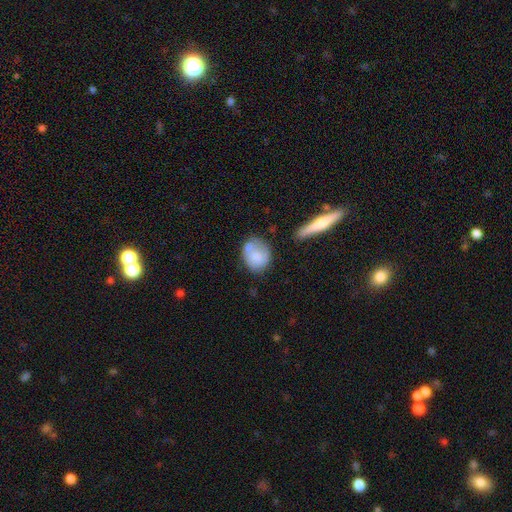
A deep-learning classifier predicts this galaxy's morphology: A smooth galaxy with no disk features (74%) that is round (57%).

Vote fractions:
- Smooth or featured? smooth: 74% / featured or disk: 19% / star or artifact: 7%
- How rounded? round: 57% / in between: 41% / cigar-shaped: 1%
- Merging? none: 51% / minor disturbance: 25% / merger: 14% / major disturbance: 9%